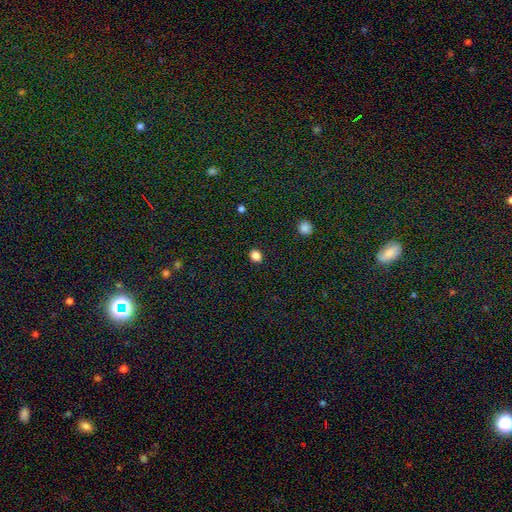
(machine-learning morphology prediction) smooth-or-featured: smooth: 85% | star or artifact: 11% | featured or disk: 3%
  how-rounded: round: 64% | in between: 35% | cigar-shaped: 1%
  merging: none: 91% | minor disturbance: 6% | major disturbance: 2% | merger: 1%